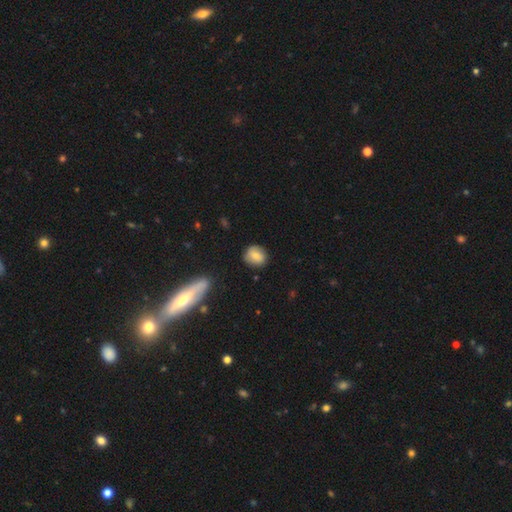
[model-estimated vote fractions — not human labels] Smooth or featured: smooth — 73% (featured or disk — 18%)
How rounded: round — 75% (in between — 24%)
Merging: none — 83% (minor disturbance — 12%)